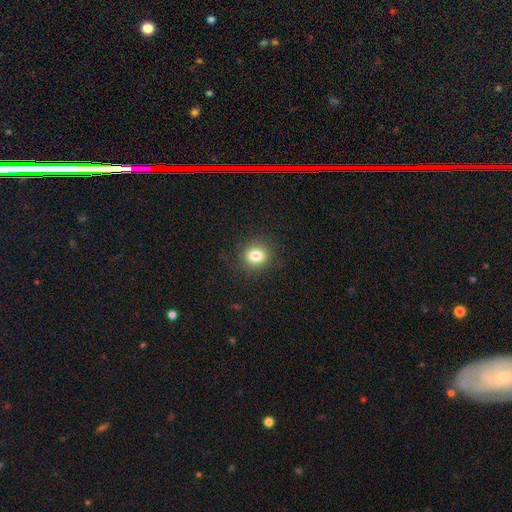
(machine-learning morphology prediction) Smooth or featured? Predicted: smooth (p=0.80). How rounded? Predicted: round (p=0.66). Merging? Predicted: none (p=0.87).